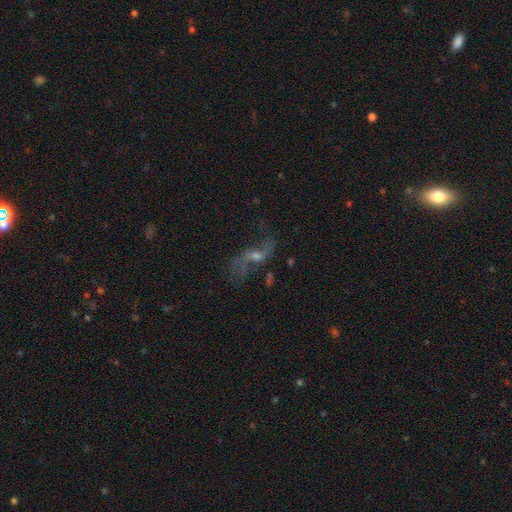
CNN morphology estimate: This appears to be a featured or disk galaxy (69%) with no bar (53%), 2 (85%) loose (85%) spiral arms (83%) and a small central bulge (45%). Merging: none (59%).